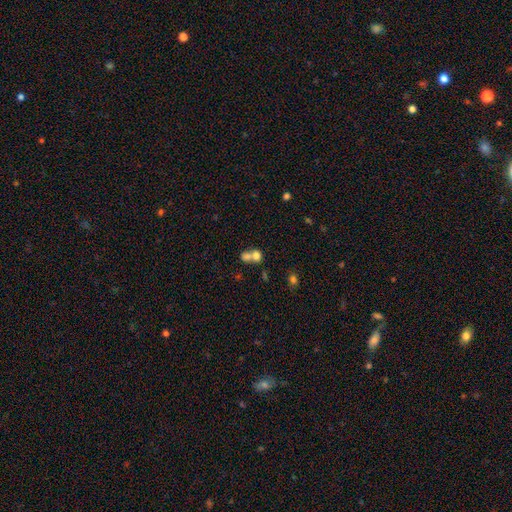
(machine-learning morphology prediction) Smooth or featured? smooth (55%)
How rounded? round (68%)
Merging? merger (48%)